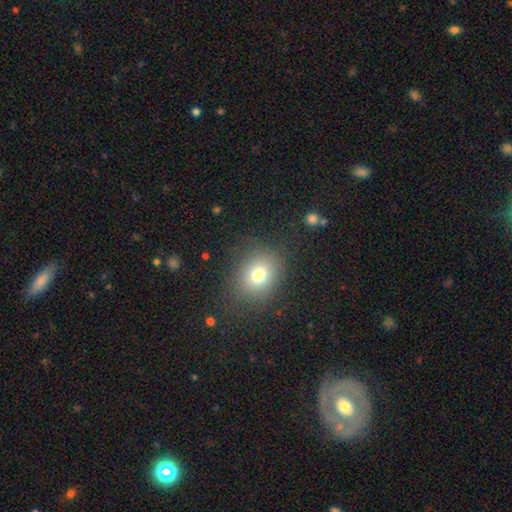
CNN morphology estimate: A smooth galaxy with no disk features (67%) that is round (56%). Merging: none (86%).